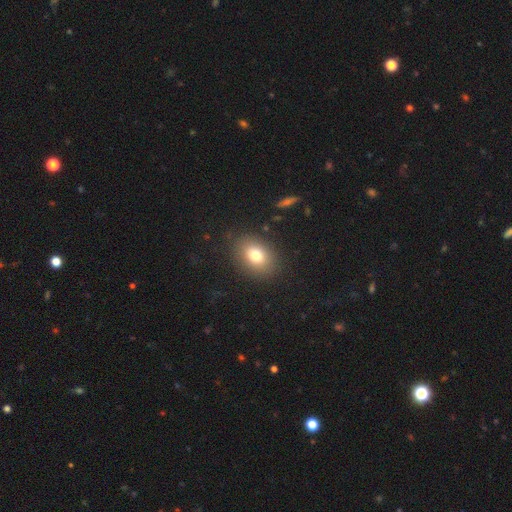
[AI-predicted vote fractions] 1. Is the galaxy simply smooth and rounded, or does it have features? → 76% smooth, 13% featured or disk, 11% star or artifact.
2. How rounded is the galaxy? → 66% in between, 33% round, 1% cigar-shaped.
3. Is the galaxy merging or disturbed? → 86% none, 9% minor disturbance, 4% major disturbance, 1% merger.